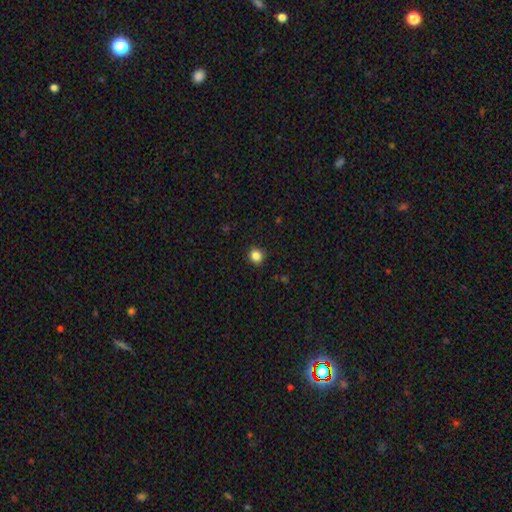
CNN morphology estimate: A smooth galaxy with no disk features (85%) that is round (82%). Merging: none (91%).